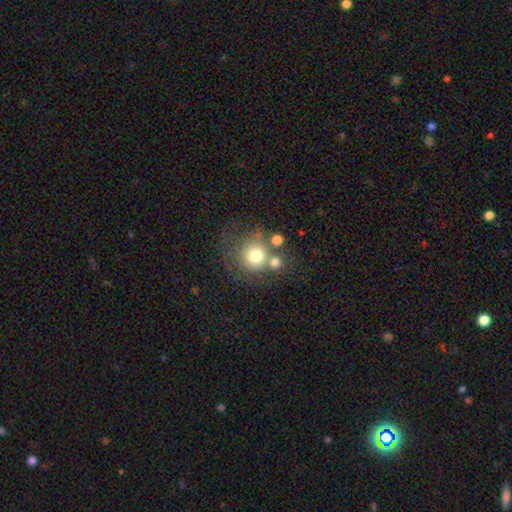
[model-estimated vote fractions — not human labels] Morphology: type=smooth (71%); roundness=round (90%); merging=none (52%).